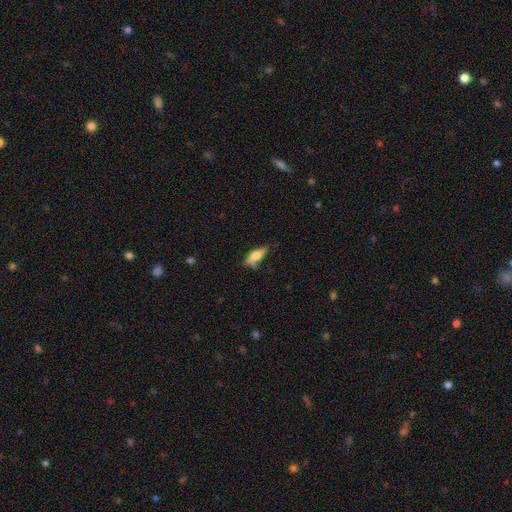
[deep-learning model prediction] Smooth or featured? smooth (59%)
How rounded? in between (62%)
Merging? none (47%)